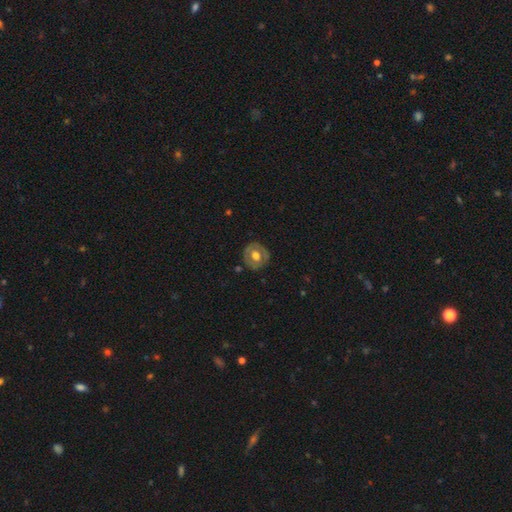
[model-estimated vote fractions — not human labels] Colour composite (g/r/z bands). It shows a featured or disk galaxy (50%). Merging: none (82%).